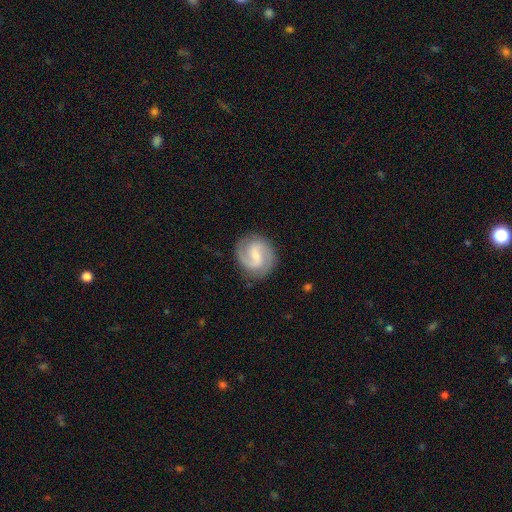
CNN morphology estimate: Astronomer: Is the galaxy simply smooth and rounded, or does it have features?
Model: featured or disk — 86%.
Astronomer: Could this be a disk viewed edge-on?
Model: no — 98%.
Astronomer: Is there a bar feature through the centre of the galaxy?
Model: weak — 57%.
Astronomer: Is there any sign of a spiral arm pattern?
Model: yes — 97%.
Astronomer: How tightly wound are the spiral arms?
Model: medium — 55%.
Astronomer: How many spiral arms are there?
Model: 2 — 90%.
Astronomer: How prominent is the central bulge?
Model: small — 59%.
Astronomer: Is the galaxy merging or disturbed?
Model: none — 84%.